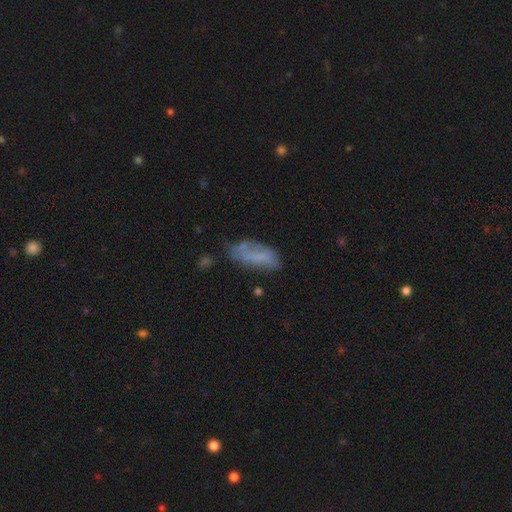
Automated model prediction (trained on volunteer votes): This appears to be a smooth galaxy with no disk features (54%) that is in between round and cigar-shaped (70%). Merging: none (48%).